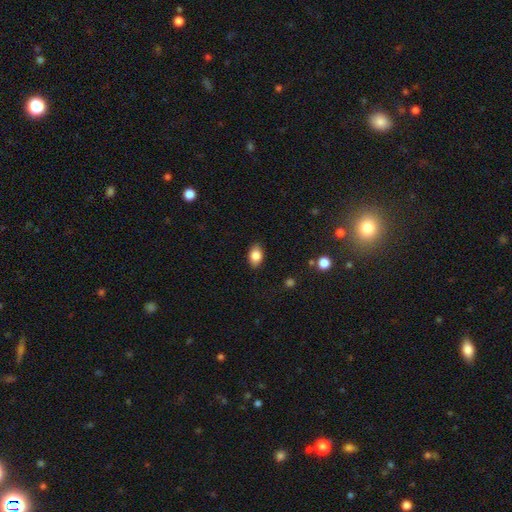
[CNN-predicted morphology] Overall: smooth (85%). How rounded: in between (86%). Merging: none (86%).